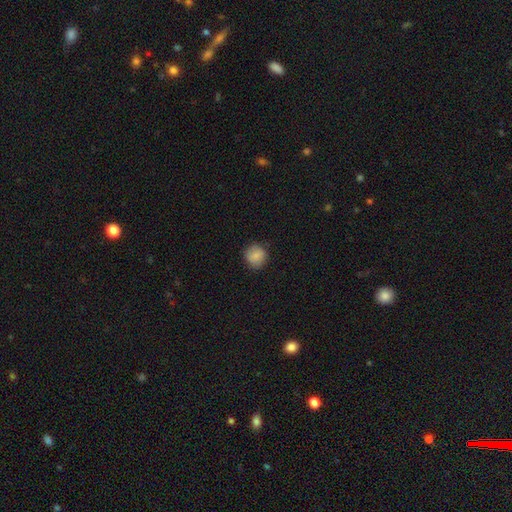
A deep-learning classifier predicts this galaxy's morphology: Smooth or featured?
  - smooth: 85% *
  - star or artifact: 8%
  - featured or disk: 6%
How rounded?
  - round: 88% *
  - in between: 11%
  - cigar-shaped: 1%
Merging?
  - none: 84% *
  - minor disturbance: 12%
  - major disturbance: 3%
  - merger: 1%